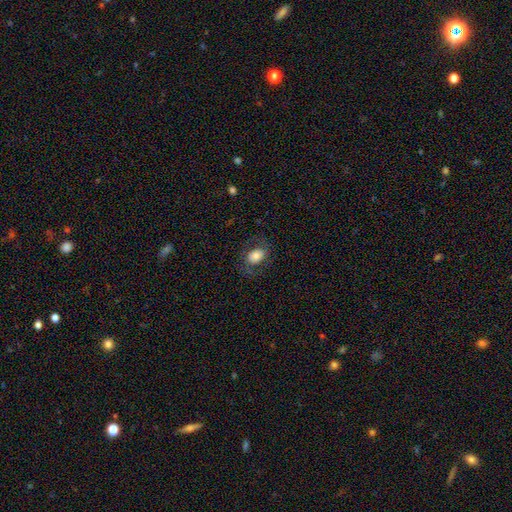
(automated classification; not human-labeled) The model was most divided on "how rounded": in between: 71%, round: 28%, cigar-shaped: 1%. More confident: merging — none (73%); smooth or featured — smooth (69%).